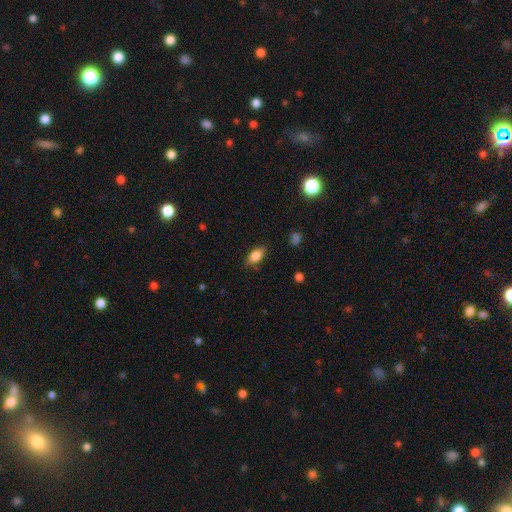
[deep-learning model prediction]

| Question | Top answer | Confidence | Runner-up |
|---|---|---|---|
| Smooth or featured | smooth | 82% | featured or disk (10%) |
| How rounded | in between | 87% | cigar-shaped (8%) |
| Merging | none | 80% | minor disturbance (15%) |